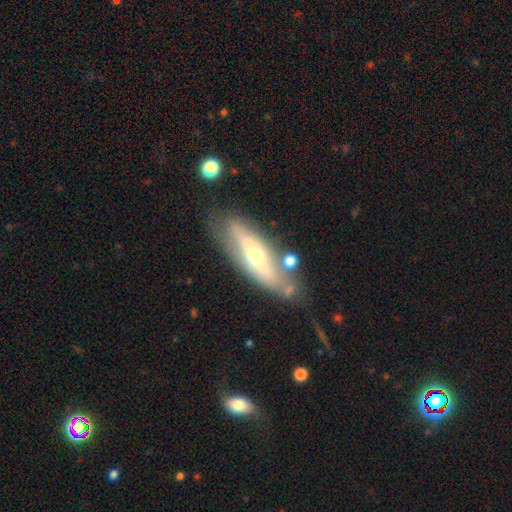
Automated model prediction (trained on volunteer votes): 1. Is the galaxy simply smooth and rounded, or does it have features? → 65% featured or disk, 29% smooth, 6% star or artifact.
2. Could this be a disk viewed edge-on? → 54% no, 46% yes.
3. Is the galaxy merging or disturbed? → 67% none, 19% minor disturbance, 8% major disturbance, 6% merger.